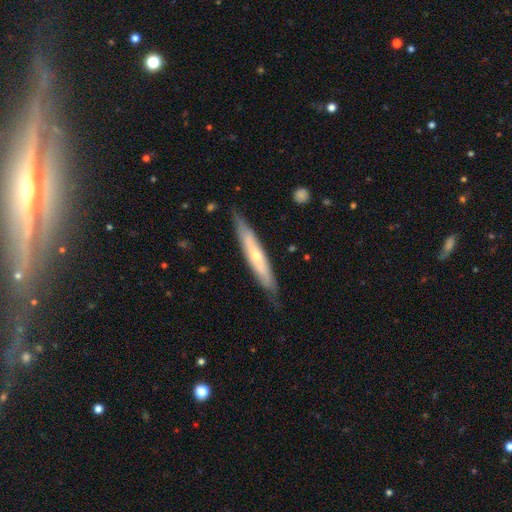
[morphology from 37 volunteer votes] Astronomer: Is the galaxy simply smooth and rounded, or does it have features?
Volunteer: featured or disk — 81%.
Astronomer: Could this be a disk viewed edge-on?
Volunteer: yes — 77%.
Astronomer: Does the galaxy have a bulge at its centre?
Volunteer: rounded — 61%.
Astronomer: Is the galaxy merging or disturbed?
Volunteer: none — 86%.